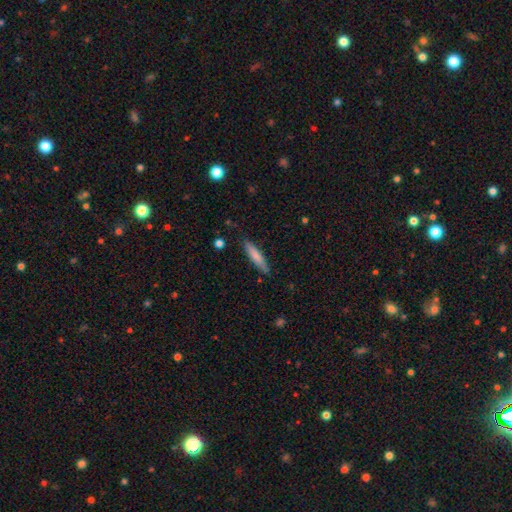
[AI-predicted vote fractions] Q: Smooth or featured?
A: smooth (78%); runner-up: featured or disk (16%)
Q: How rounded?
A: cigar-shaped (85%); runner-up: in between (14%)
Q: Merging?
A: none (85%); runner-up: minor disturbance (11%)